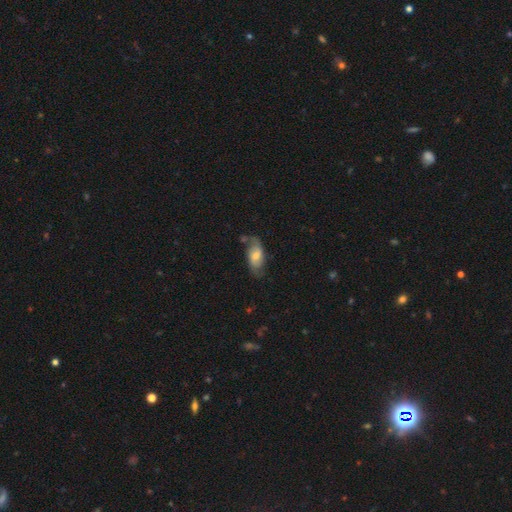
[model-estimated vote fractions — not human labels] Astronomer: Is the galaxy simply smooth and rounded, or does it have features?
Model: smooth — 49% (runner-up: featured or disk, 44%).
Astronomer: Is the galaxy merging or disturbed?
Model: none — 57%.